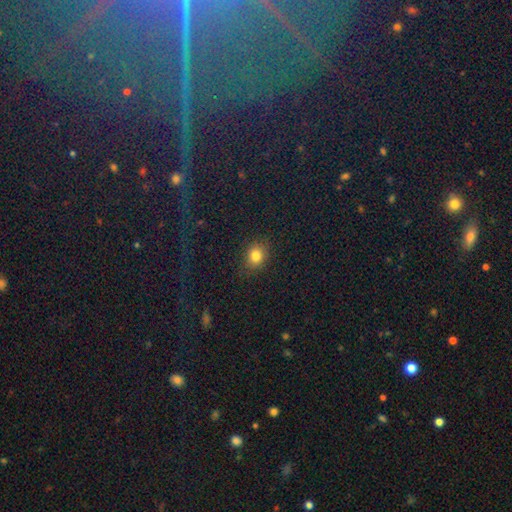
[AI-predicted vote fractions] This appears to be a smooth galaxy with no disk features (82%) that is round (58%). Merging: none (86%).